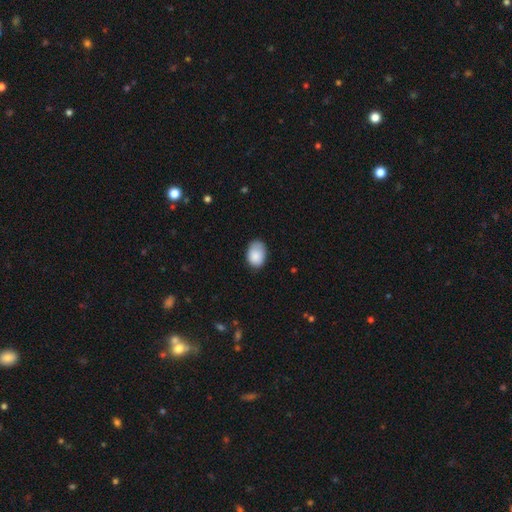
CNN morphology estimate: This is clearly a smooth galaxy (87%). How rounded: clearly in between (82%). Merging: likely none (69%).